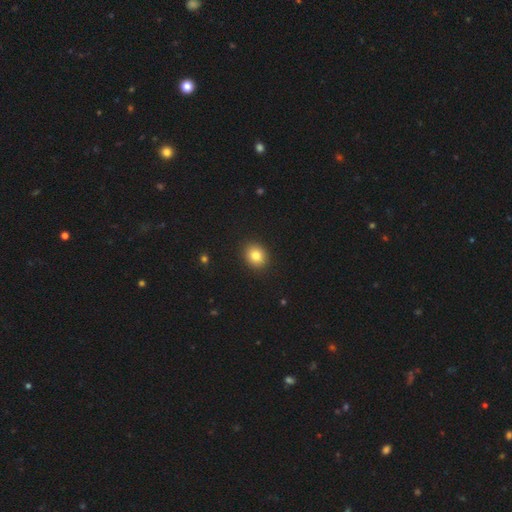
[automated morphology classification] Smooth or featured?
  - smooth: 82% *
  - star or artifact: 10%
  - featured or disk: 8%
How rounded?
  - round: 67% *
  - in between: 32%
  - cigar-shaped: 1%
Merging?
  - none: 91% *
  - minor disturbance: 6%
  - major disturbance: 2%
  - merger: 1%